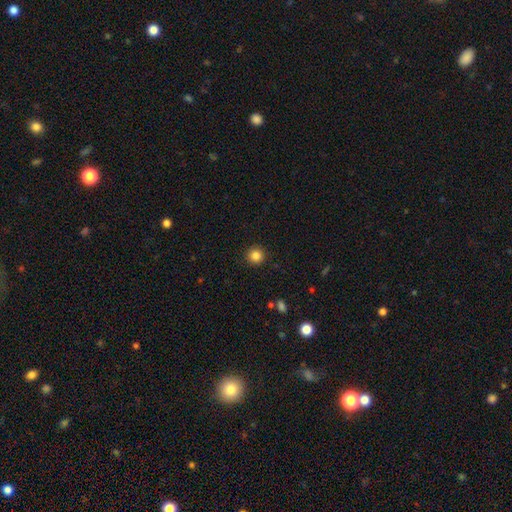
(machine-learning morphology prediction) Overall: smooth (85%). How rounded: round (95%). Merging: none (92%).